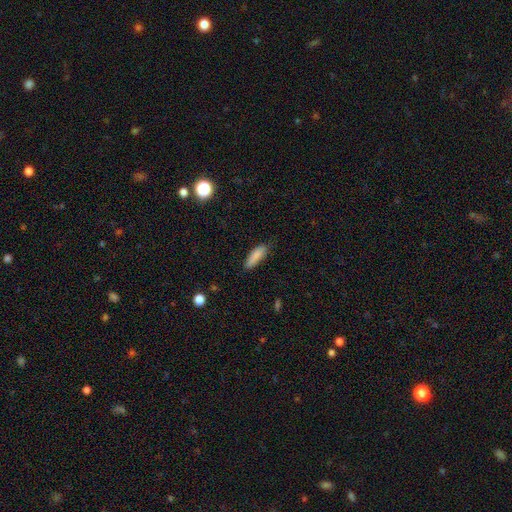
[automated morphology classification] Smooth or featured?
  - smooth: 86% *
  - star or artifact: 7%
  - featured or disk: 7%
How rounded?
  - cigar-shaped: 51% *
  - in between: 48%
  - round: 2%
Merging?
  - none: 78% *
  - minor disturbance: 18%
  - major disturbance: 3%
  - merger: 1%